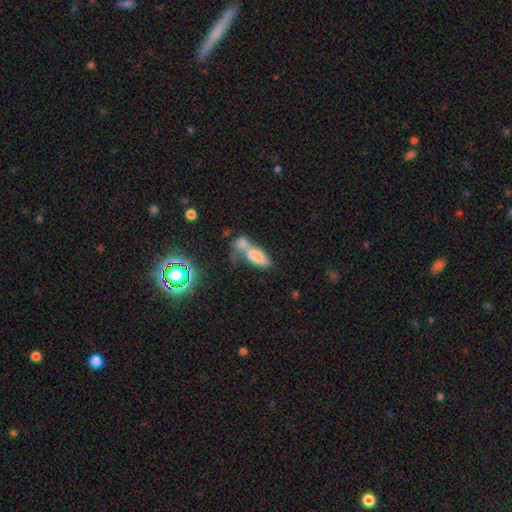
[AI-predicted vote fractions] Smooth or featured? Predicted: smooth (p=0.76). How rounded? Predicted: in between (p=0.84). Merging? Predicted: merger (p=0.66).